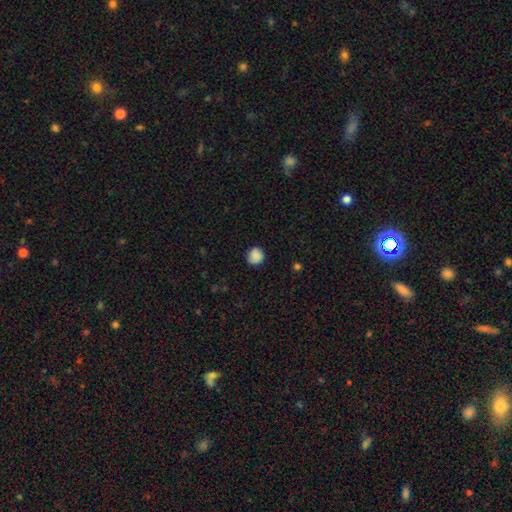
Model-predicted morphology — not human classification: The model was most divided on "merging": none: 84%, minor disturbance: 12%, major disturbance: 3%, merger: 1%. More confident: how rounded — round (89%); smooth or featured — smooth (87%).